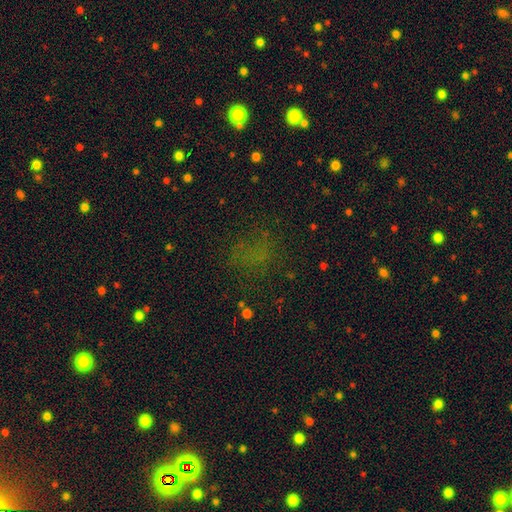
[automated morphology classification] This appears to be a smooth galaxy with no disk features (46%). Merging: none (65%).